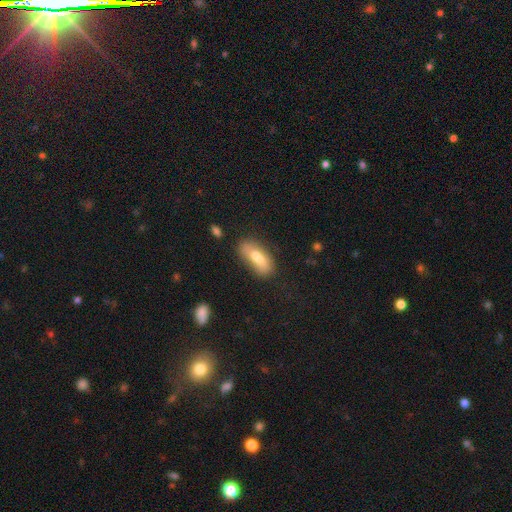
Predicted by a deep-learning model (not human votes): smooth_or_featured: smooth (p=0.70) [alt: featured or disk p=0.21]
how_rounded: in between (p=0.77) [alt: cigar-shaped p=0.20]
merging: none (p=0.66) [alt: minor disturbance p=0.22]